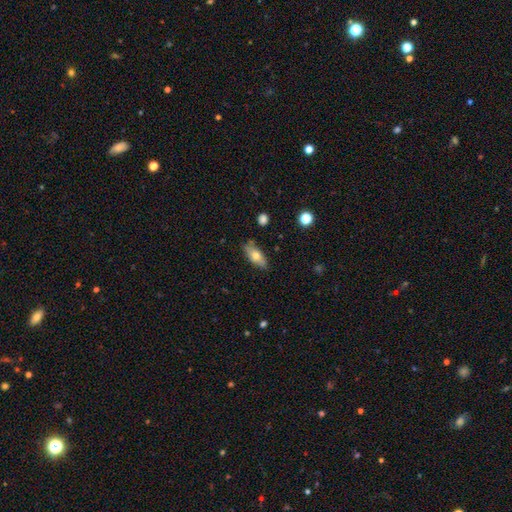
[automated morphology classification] Smooth or featured?
  - smooth: 65% *
  - featured or disk: 28%
  - star or artifact: 7%
How rounded?
  - in between: 77% *
  - cigar-shaped: 20%
  - round: 4%
Merging?
  - none: 80% *
  - minor disturbance: 15%
  - major disturbance: 3%
  - merger: 2%